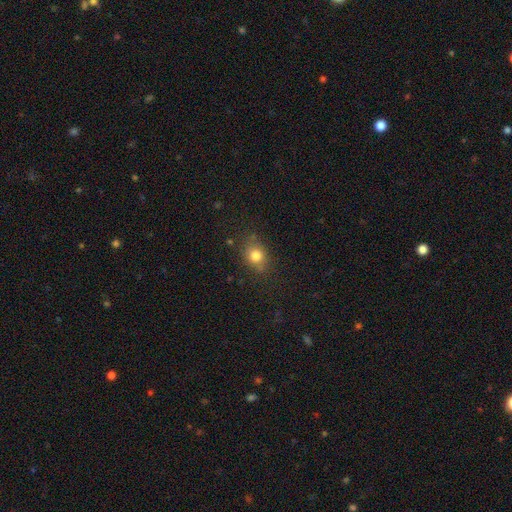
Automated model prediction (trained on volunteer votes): This appears to be a smooth galaxy with no disk features (79%) that is round (60%). Merging: none (75%).